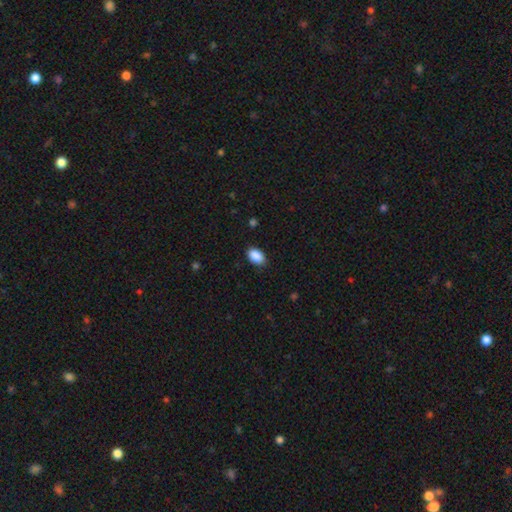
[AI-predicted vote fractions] A smooth galaxy with no disk features (90%) that is in between round and cigar-shaped (90%).

Vote fractions:
- Smooth or featured? smooth: 90% / star or artifact: 7% / featured or disk: 3%
- How rounded? in between: 90% / round: 8% / cigar-shaped: 1%
- Merging? none: 87% / minor disturbance: 10% / major disturbance: 2% / merger: 1%